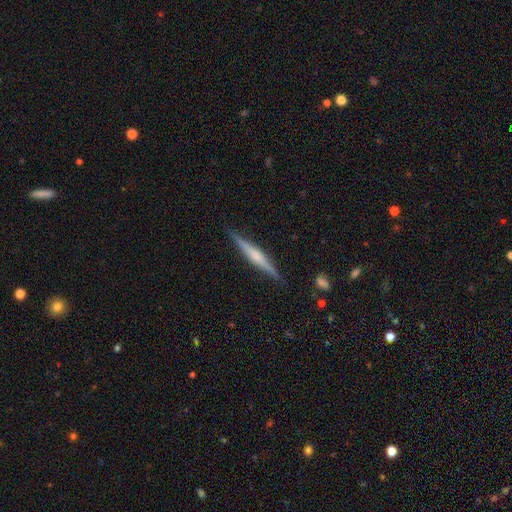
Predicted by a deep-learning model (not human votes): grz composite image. It shows a featured or disk galaxy (66%) viewed edge-on (98%) with a rounded central bulge (65%). Merging: none (90%).